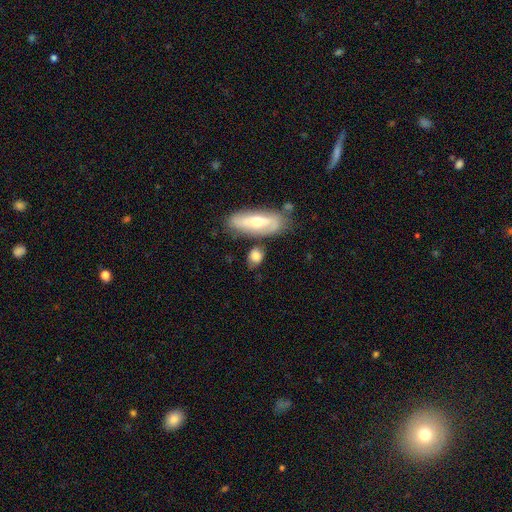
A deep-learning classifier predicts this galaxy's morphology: This appears to be a smooth galaxy with no disk features (68%) that is in between round and cigar-shaped (56%). Merging: none (64%).